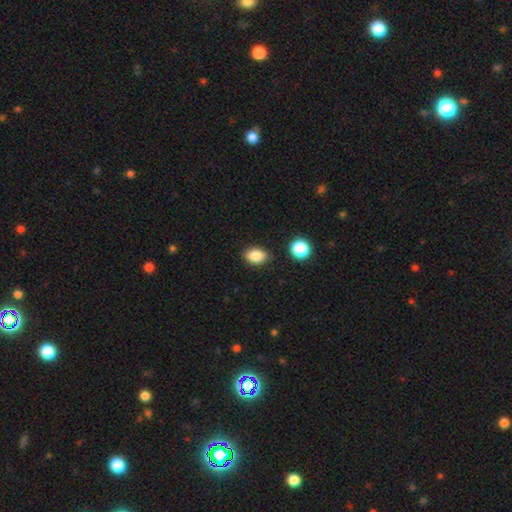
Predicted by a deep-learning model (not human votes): Overall: smooth (86%). How rounded: in between (79%). Merging: none (85%).